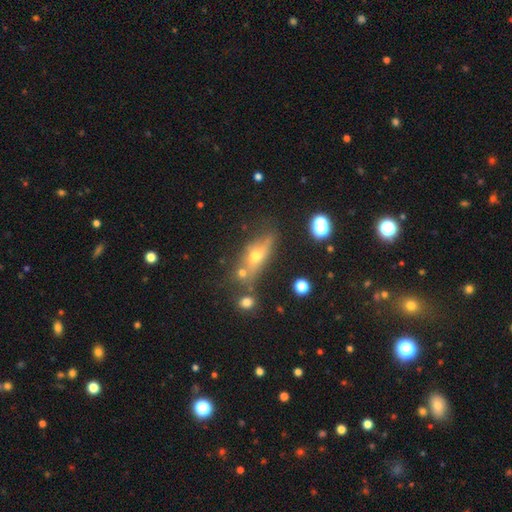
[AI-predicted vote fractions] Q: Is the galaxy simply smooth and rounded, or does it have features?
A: featured or disk — 42%, tied with smooth.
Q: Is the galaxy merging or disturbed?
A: none — 55%.